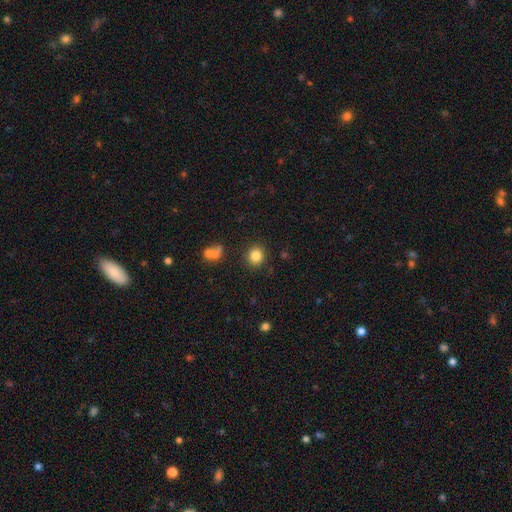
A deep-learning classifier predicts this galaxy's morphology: This is clearly a smooth galaxy (84%). How rounded: clearly round (82%). Merging: clearly none (86%).